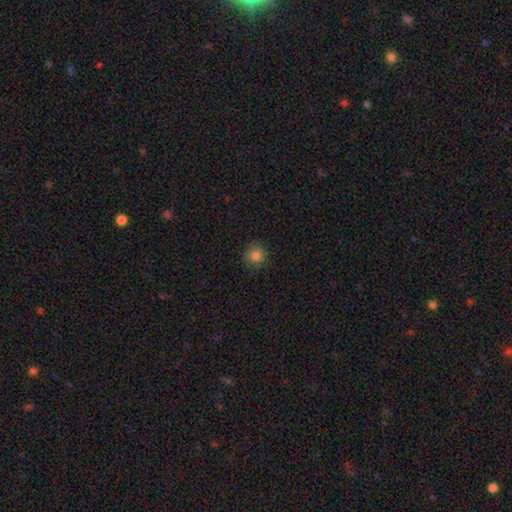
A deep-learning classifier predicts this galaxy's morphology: Smooth or featured? Predicted: smooth (p=0.83). How rounded? Predicted: round (p=0.92). Merging? Predicted: none (p=0.86).